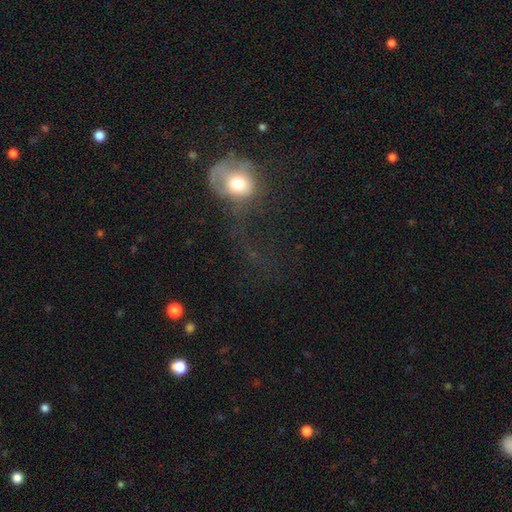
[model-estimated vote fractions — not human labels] Smooth or featured? Predicted: smooth (p=0.47). Merging? Predicted: major disturbance (p=0.55).